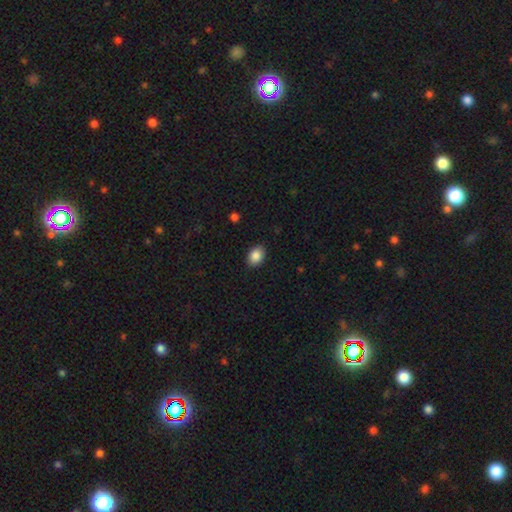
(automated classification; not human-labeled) Smooth or featured? smooth (88%)
How rounded? in between (74%)
Merging? none (88%)